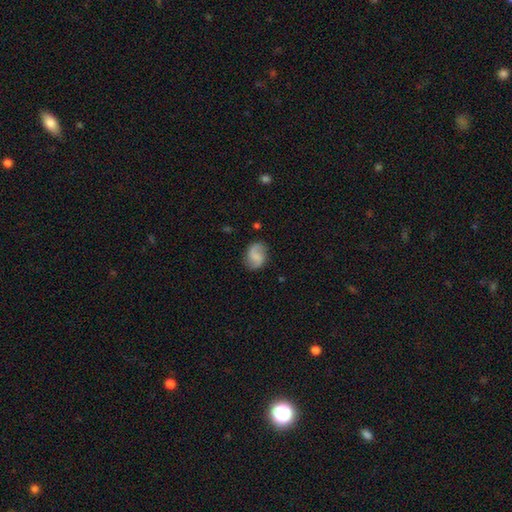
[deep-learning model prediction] A featured or disk galaxy (49%). Merging: none (78%).